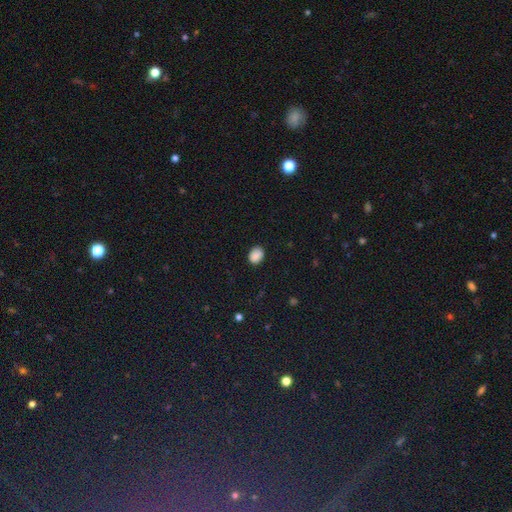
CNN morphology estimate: A smooth galaxy with no disk features (88%) that is in between round and cigar-shaped (65%).

Vote fractions:
- Smooth or featured? smooth: 88% / star or artifact: 9% / featured or disk: 3%
- How rounded? in between: 65% / round: 34% / cigar-shaped: 1%
- Merging? none: 84% / minor disturbance: 12% / major disturbance: 2% / merger: 1%